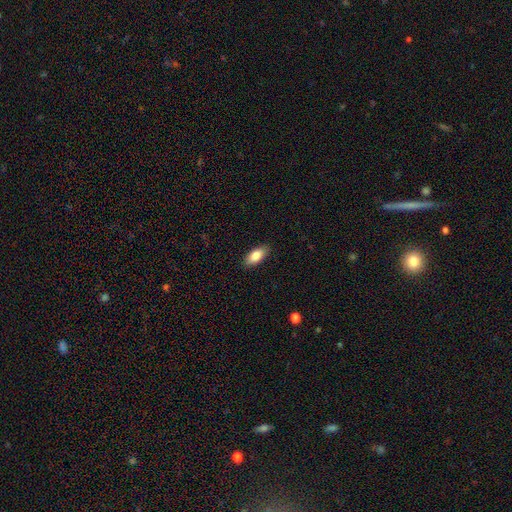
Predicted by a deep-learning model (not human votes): Overall: smooth (83%). How rounded: in between (87%). Merging: none (88%).